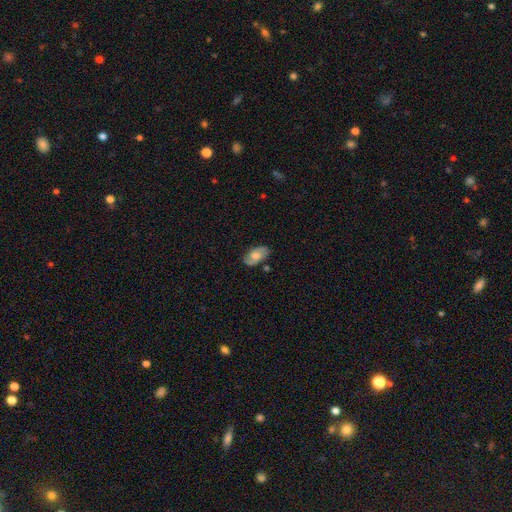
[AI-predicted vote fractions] Smooth or featured? Predicted: smooth (p=0.49). Merging? Predicted: none (p=0.79).